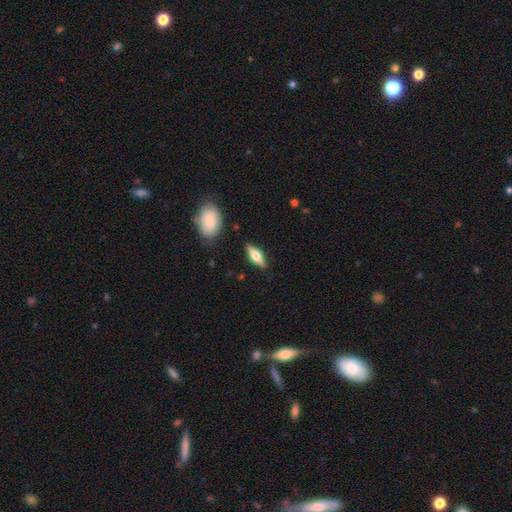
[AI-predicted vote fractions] Smooth or featured? featured or disk (55%)
Edge-on disk? yes (94%)
Edge-on bulge? rounded (92%)
Merging? none (87%)